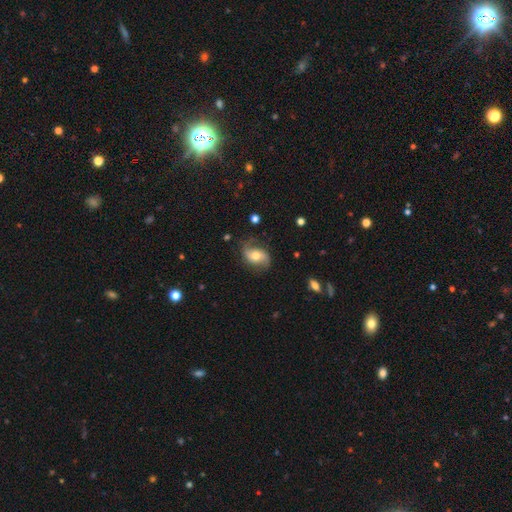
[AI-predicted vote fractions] The model was most divided on "spiral winding": loose: 54%, medium: 33%, tight: 13%. More confident: edge-on disk — no (96%); spiral arms — yes (87%); spiral arm count — 2 (86%); bulge size — moderate (70%); merging — none (68%); smooth or featured — featured or disk (65%); bar — no (58%).